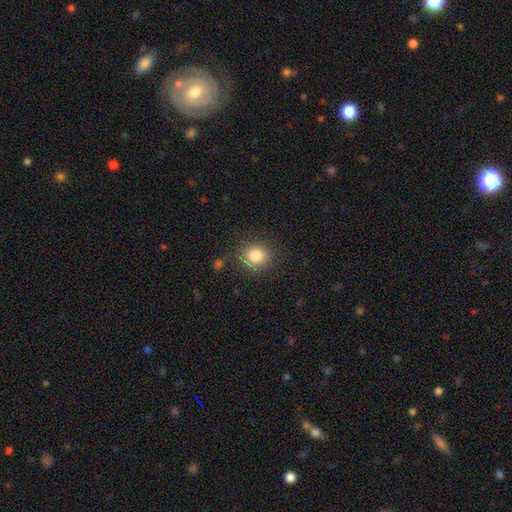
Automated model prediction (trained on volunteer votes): Overall: smooth (84%). How rounded: round (85%). Merging: none (83%).